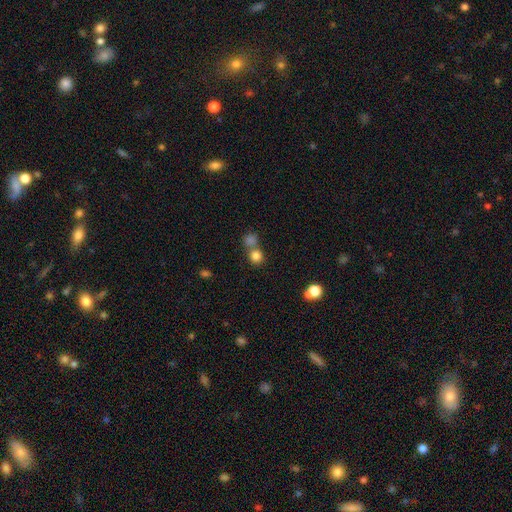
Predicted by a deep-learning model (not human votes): This is clearly a smooth galaxy (81%). How rounded: clearly round (87%). Merging: possibly none (54%).